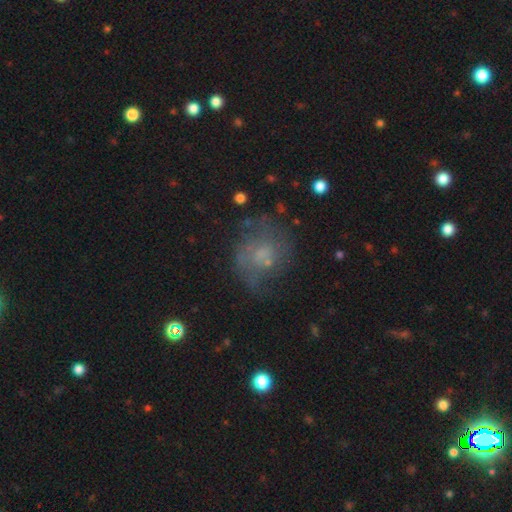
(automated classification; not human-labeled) Smooth or featured? featured or disk (46%)
Merging? none (52%)